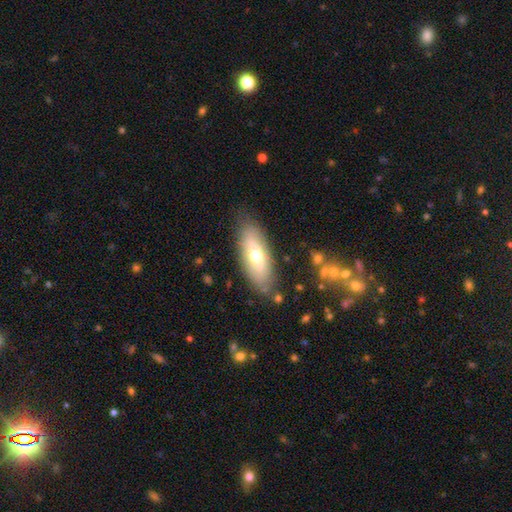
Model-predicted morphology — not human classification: A smooth galaxy with no disk features (59%) that is in between round and cigar-shaped (74%).

Vote fractions:
- Smooth or featured? smooth: 59% / featured or disk: 34% / star or artifact: 7%
- How rounded? in between: 74% / cigar-shaped: 24% / round: 2%
- Merging? none: 81% / minor disturbance: 13% / major disturbance: 4% / merger: 2%